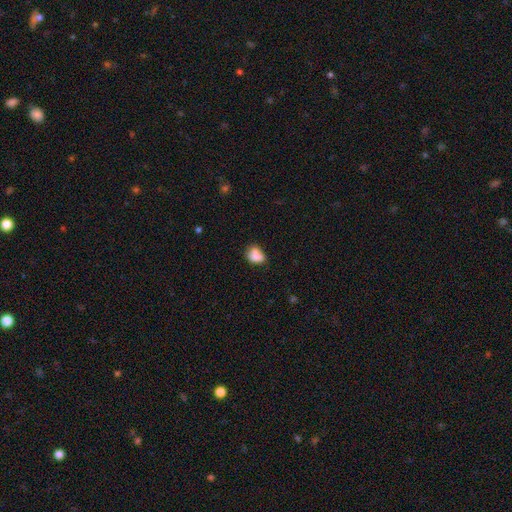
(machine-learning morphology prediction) Smooth or featured: smooth — 78% (featured or disk — 12%)
How rounded: in between — 62% (round — 37%)
Merging: none — 40% (minor disturbance — 27%)